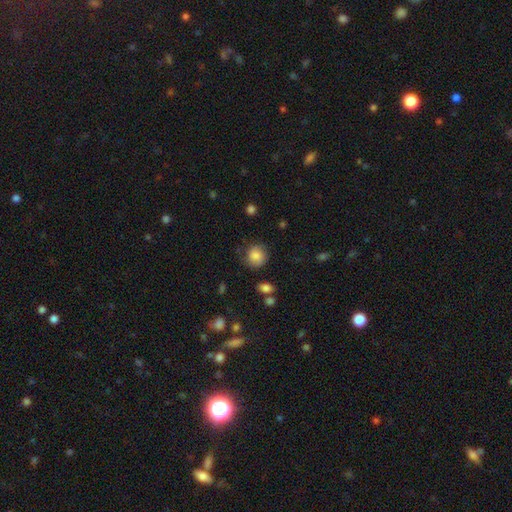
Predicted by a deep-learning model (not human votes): Overall: smooth (79%). How rounded: round (84%). Merging: none (71%).